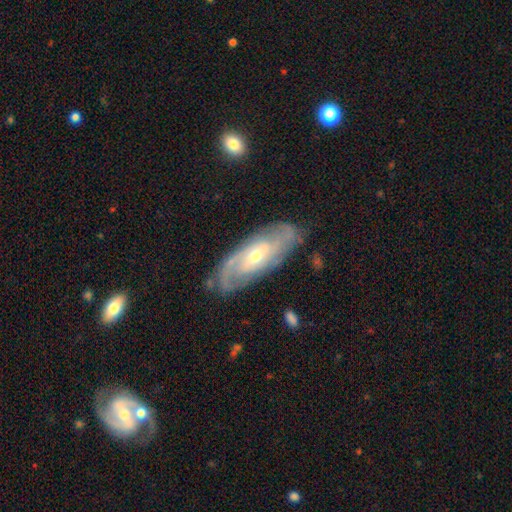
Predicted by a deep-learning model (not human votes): A featured or disk galaxy (82%) with no bar (52%), 2 (48%) tight (55%) spiral arms (93%) and a small central bulge (53%).

Vote fractions:
- Smooth or featured? featured or disk: 82% / smooth: 12% / star or artifact: 5%
- Edge-on disk? no: 89% / yes: 11%
- Bar? no: 52% / weak: 37% / strong: 12%
- Spiral arms? yes: 93% / no: 7%
- Spiral winding? tight: 55% / medium: 34% / loose: 11%
- Spiral arm count? 2: 48% / can't tell: 29% / 3: 12% / 4: 5% / 1: 4% / more than 4: 3%
- Bulge size? small: 53% / moderate: 44% / large: 2% / none: 1% / dominant: 1%
- Merging? none: 80% / minor disturbance: 14% / major disturbance: 4% / merger: 2%